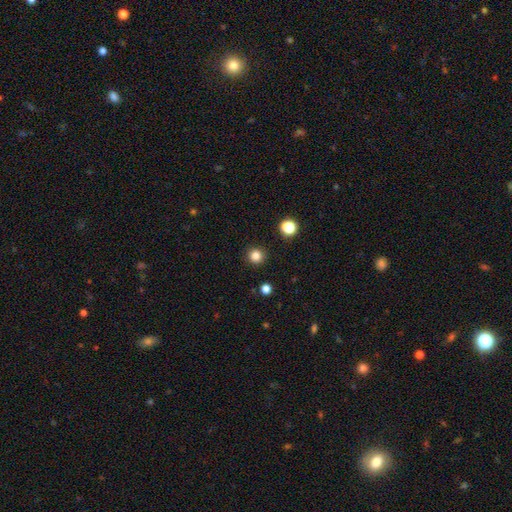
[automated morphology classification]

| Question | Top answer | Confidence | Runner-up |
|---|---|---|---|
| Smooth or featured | smooth | 83% | star or artifact (13%) |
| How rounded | round | 95% | in between (4%) |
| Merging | none | 92% | minor disturbance (5%) |